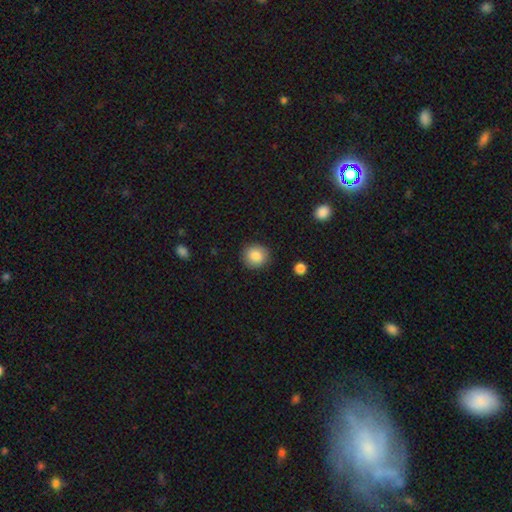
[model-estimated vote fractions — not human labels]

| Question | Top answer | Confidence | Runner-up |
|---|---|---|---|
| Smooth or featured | smooth | 86% | star or artifact (8%) |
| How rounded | round | 87% | in between (12%) |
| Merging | none | 90% | minor disturbance (7%) |